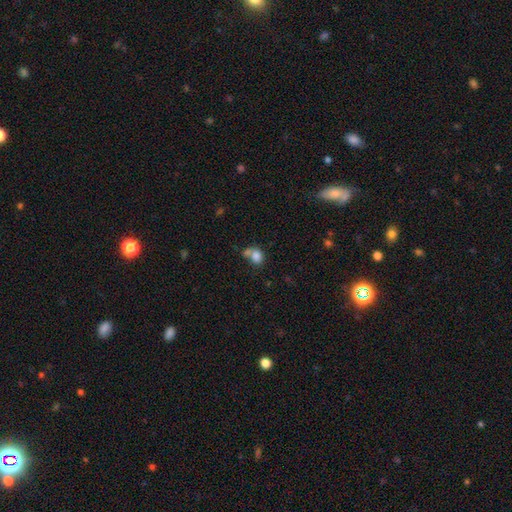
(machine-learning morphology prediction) smooth_or_featured: smooth (p=0.80) [alt: featured or disk p=0.10]
how_rounded: in between (p=0.53) [alt: round p=0.46]
merging: merger (p=0.39) [alt: none p=0.34]